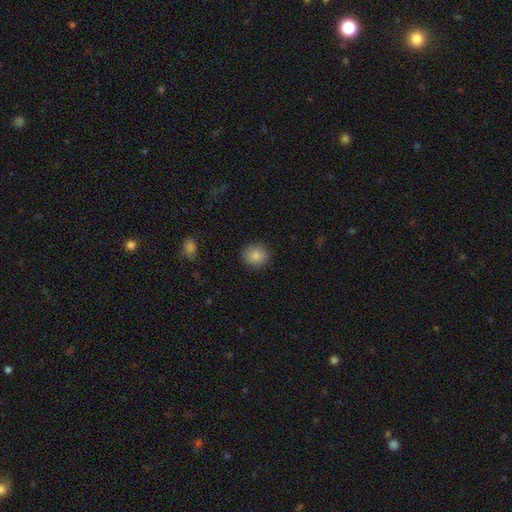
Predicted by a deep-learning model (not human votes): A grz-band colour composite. It shows a smooth galaxy with no disk features (86%) that is round (84%). Merging: none (89%).